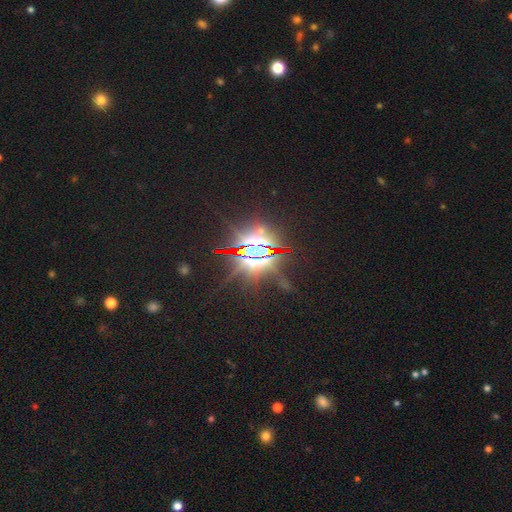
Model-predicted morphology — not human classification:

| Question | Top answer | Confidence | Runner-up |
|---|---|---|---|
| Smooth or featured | star or artifact | 84% | featured or disk (10%) |